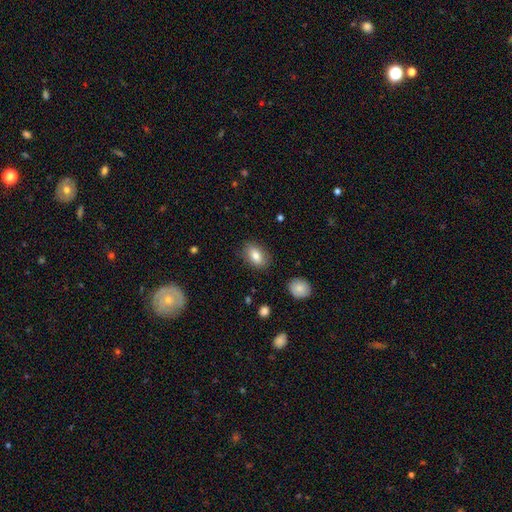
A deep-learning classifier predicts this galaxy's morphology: smooth-or-featured: smooth: 82% | featured or disk: 11% | star or artifact: 8%
  how-rounded: in between: 87% | round: 11% | cigar-shaped: 2%
  merging: none: 84% | minor disturbance: 12% | major disturbance: 3% | merger: 1%